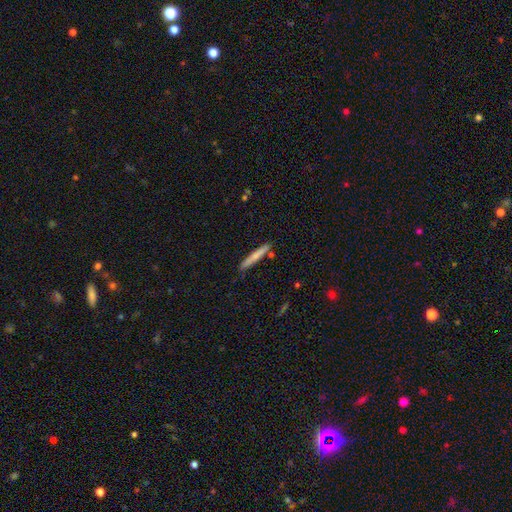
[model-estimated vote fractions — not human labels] A smooth galaxy with no disk features (70%) that is cigar-shaped (95%).

Vote fractions:
- Smooth or featured? smooth: 70% / featured or disk: 25% / star or artifact: 6%
- How rounded? cigar-shaped: 95% / in between: 4% / round: 1%
- Merging? none: 85% / minor disturbance: 10% / merger: 4% / major disturbance: 2%